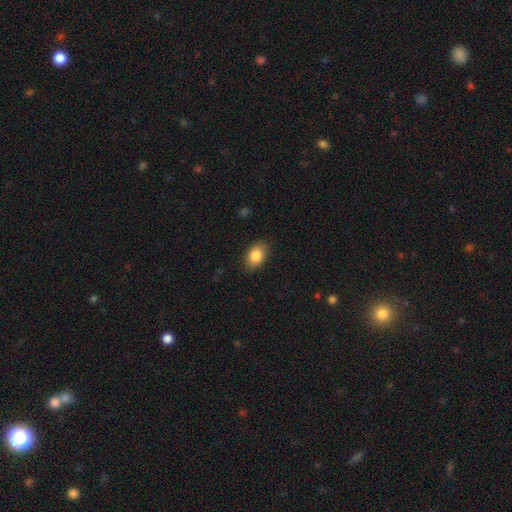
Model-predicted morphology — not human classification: type=smooth (84%); roundness=in between (83%); merging=none (86%).